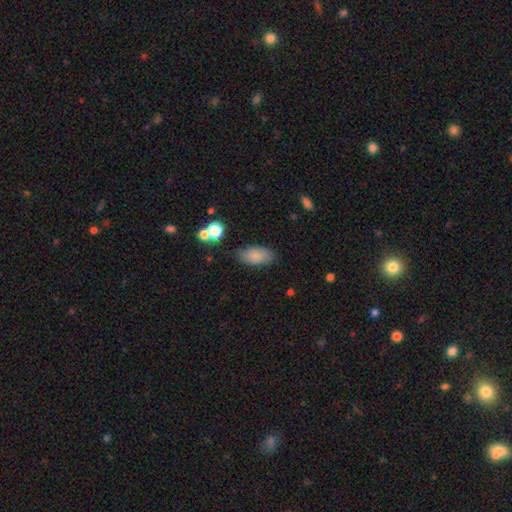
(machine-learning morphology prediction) This appears to be a smooth galaxy with no disk features (84%) that is in between round and cigar-shaped (91%). Merging: none (80%).